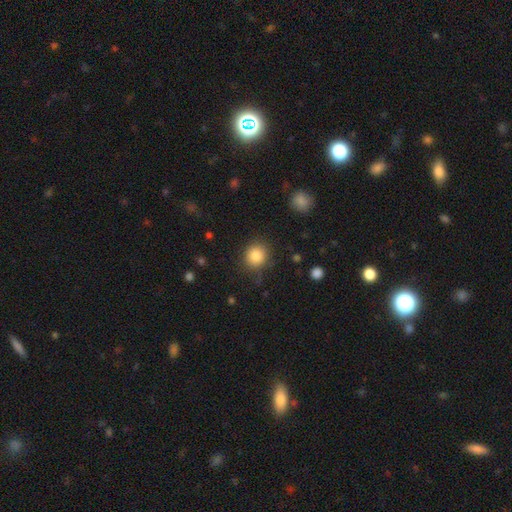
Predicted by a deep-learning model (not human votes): A smooth galaxy with no disk features (86%) that is round (85%). Merging: none (80%).